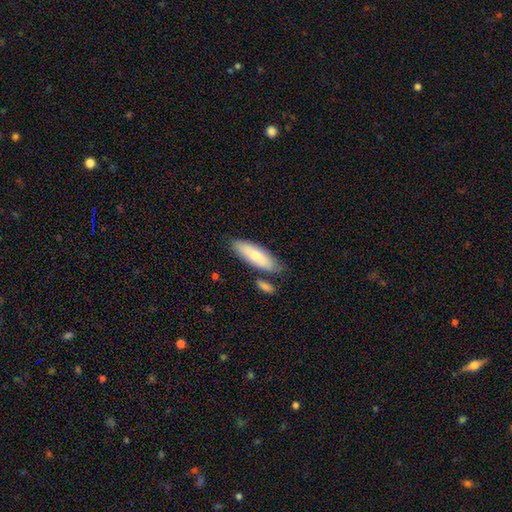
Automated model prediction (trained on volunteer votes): The model was most divided on "how rounded": in between: 55%, cigar-shaped: 43%, round: 2%. More confident: smooth or featured — smooth (71%); merging — none (71%).